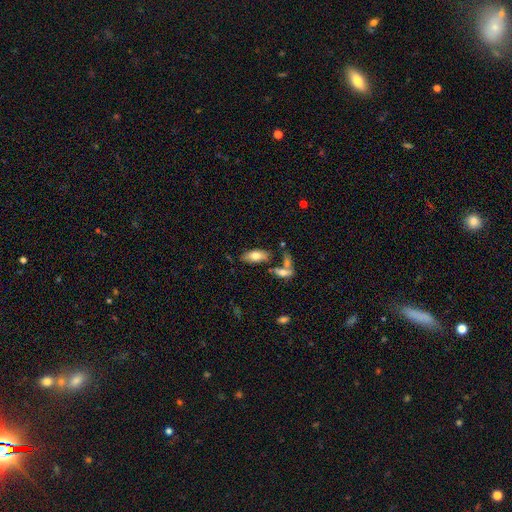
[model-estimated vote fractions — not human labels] Q: Smooth or featured?
A: smooth (73%); runner-up: featured or disk (21%)
Q: How rounded?
A: in between (86%); runner-up: cigar-shaped (12%)
Q: Merging?
A: none (69%); runner-up: minor disturbance (15%)